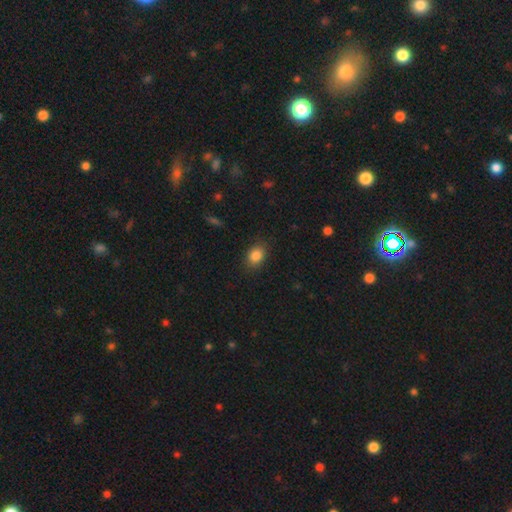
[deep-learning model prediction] Smooth or featured? smooth (85%)
How rounded? in between (61%)
Merging? none (85%)